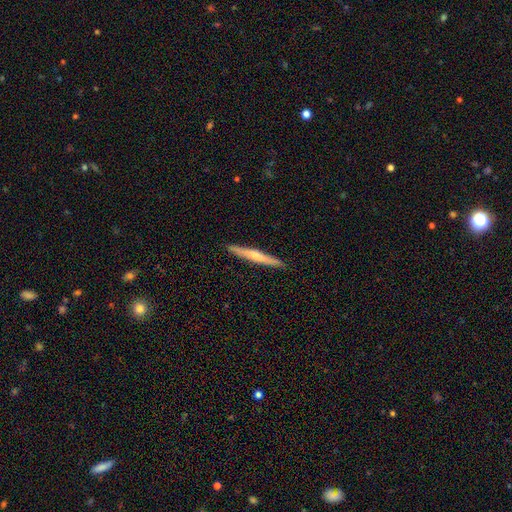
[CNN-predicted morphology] smooth_or_featured: featured or disk (p=0.52) [alt: smooth p=0.43]
disk_edge_on: yes (p=0.96) [alt: no p=0.04]
merging: none (p=0.92) [alt: minor disturbance p=0.06]